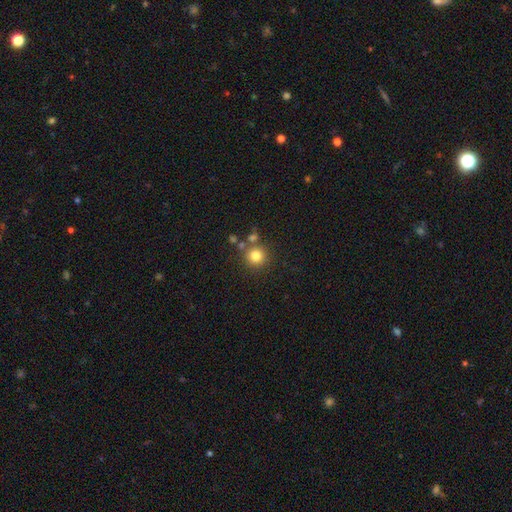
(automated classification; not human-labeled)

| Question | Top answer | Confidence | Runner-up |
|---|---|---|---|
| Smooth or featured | smooth | 80% | star or artifact (13%) |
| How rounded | round | 93% | in between (6%) |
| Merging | none | 75% | merger (12%) |